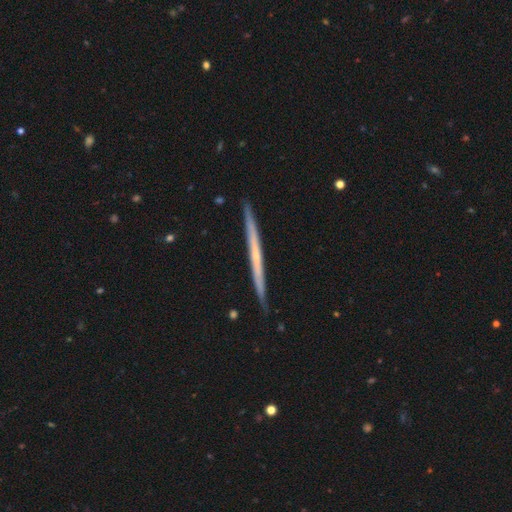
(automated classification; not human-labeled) Smooth or featured? Predicted: featured or disk (p=0.64). Edge-on disk? Predicted: yes (p=0.98). Edge-on bulge? Predicted: none (p=0.80). Merging? Predicted: none (p=0.90).